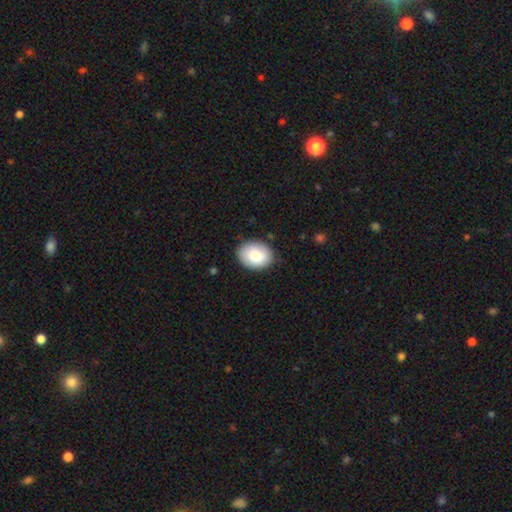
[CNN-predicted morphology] smooth_or_featured: smooth (p=0.83) [alt: featured or disk p=0.11]
how_rounded: in between (p=0.66) [alt: round p=0.33]
merging: none (p=0.84) [alt: minor disturbance p=0.12]